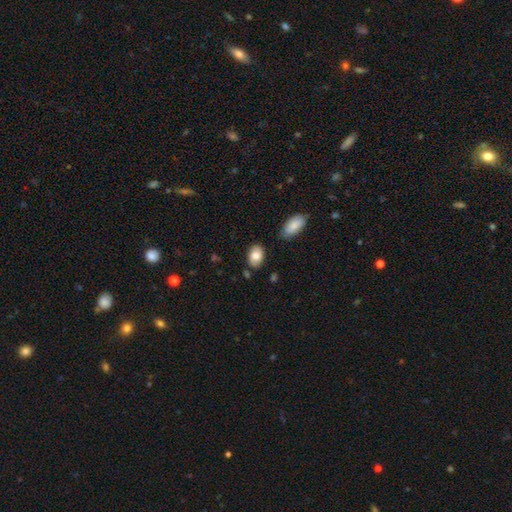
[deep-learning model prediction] This appears to be a smooth galaxy with no disk features (78%) that is in between round and cigar-shaped (86%). Merging: none (75%).